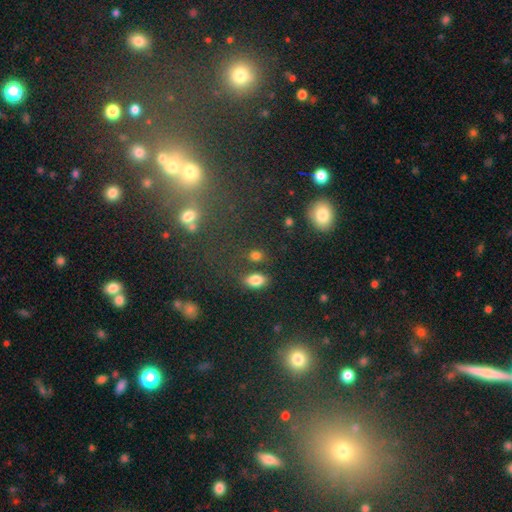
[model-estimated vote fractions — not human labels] Morphology: type=smooth (82%); roundness=in between (78%); merging=none (73%).